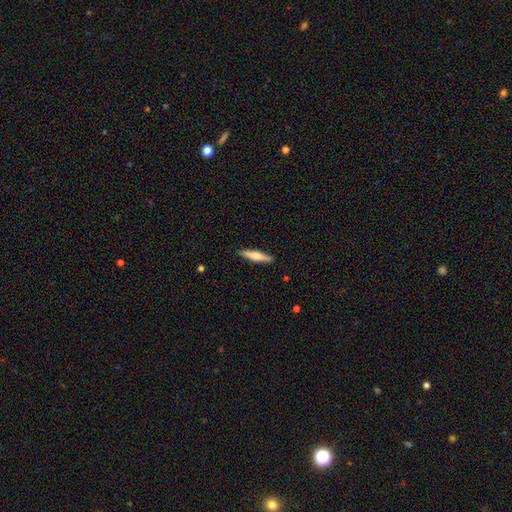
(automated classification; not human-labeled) Overall: smooth (56%; featured or disk 38%). How rounded: cigar-shaped (84%). Merging: none (90%).